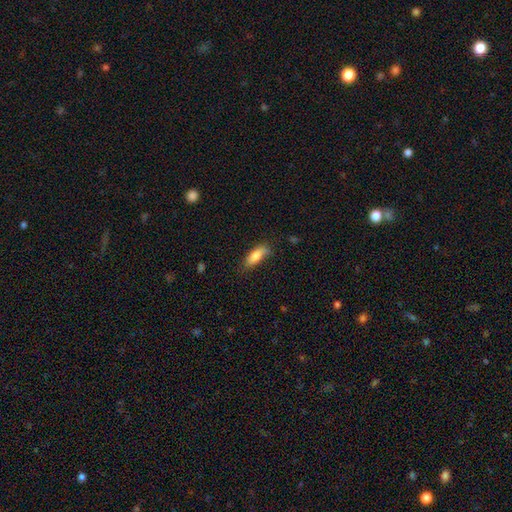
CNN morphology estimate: type=smooth (81%); roundness=in between (67%); merging=none (62%).